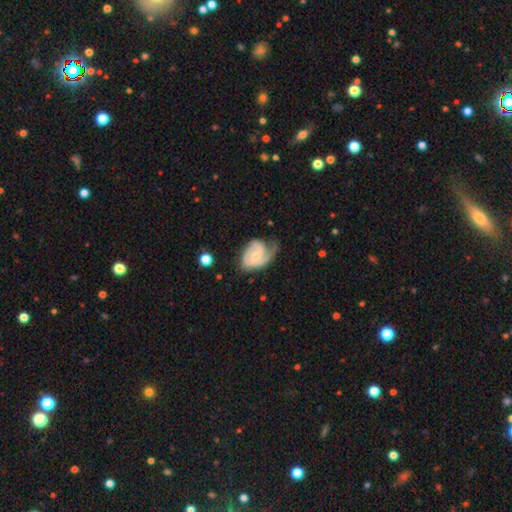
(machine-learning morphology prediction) This appears to be a featured or disk galaxy (82%) with no bar (50%), 2 (57%) tight (45%) spiral arms (95%) and a small central bulge (56%). Merging: none (48%).